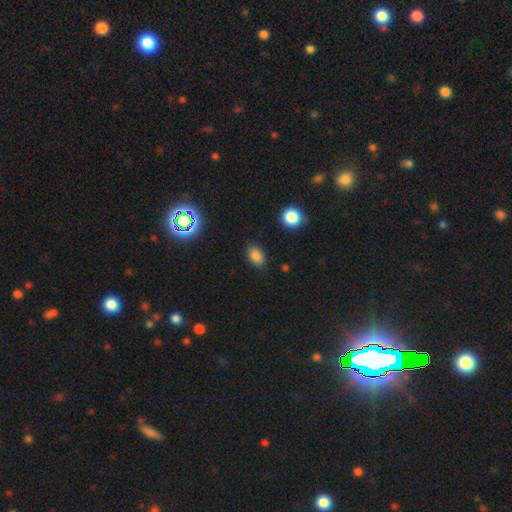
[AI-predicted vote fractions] The model was most divided on "how rounded": in between: 79%, round: 19%, cigar-shaped: 1%. More confident: merging — none (84%); smooth or featured — smooth (82%).